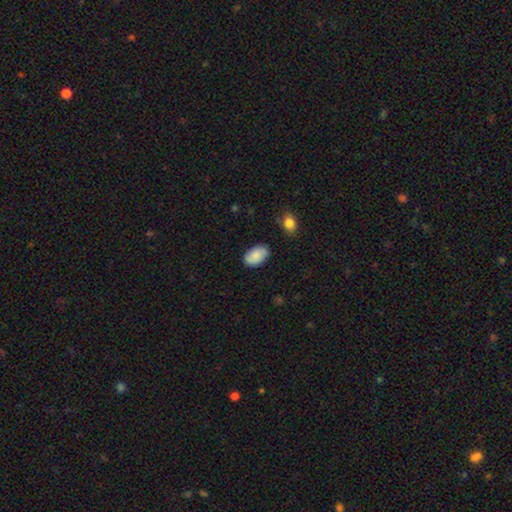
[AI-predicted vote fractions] A smooth galaxy with no disk features (74%) that is in between round and cigar-shaped (91%). Merging: none (81%).